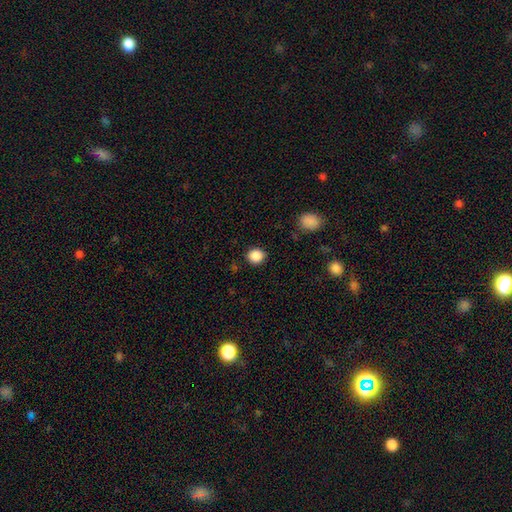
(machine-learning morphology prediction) Smooth or featured? Predicted: smooth (p=0.87). How rounded? Predicted: round (p=0.87). Merging? Predicted: none (p=0.88).